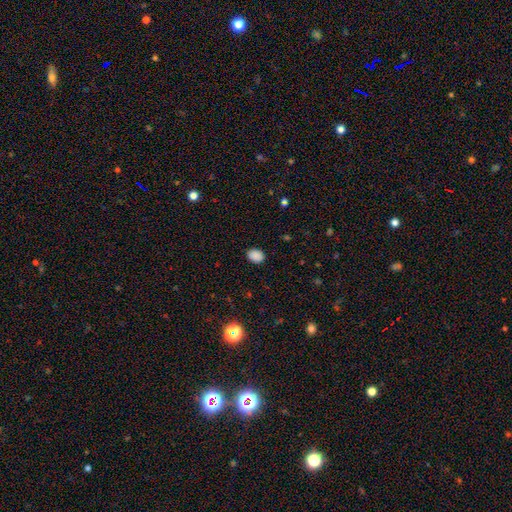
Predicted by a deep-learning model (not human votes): Morphology: type=smooth (87%); roundness=in between (69%); merging=none (87%).